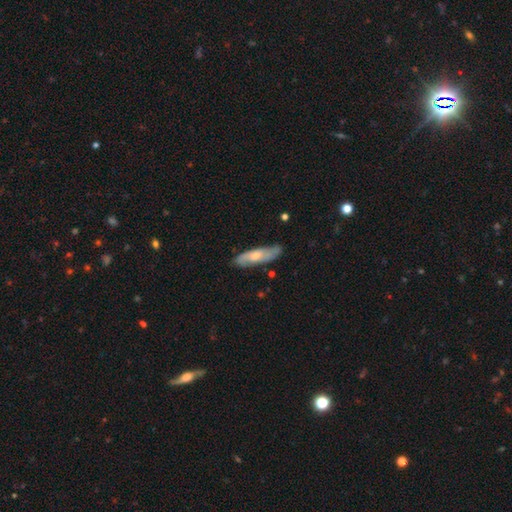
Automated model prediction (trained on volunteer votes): This appears to be a smooth galaxy with no disk features (50%). Merging: none (77%).